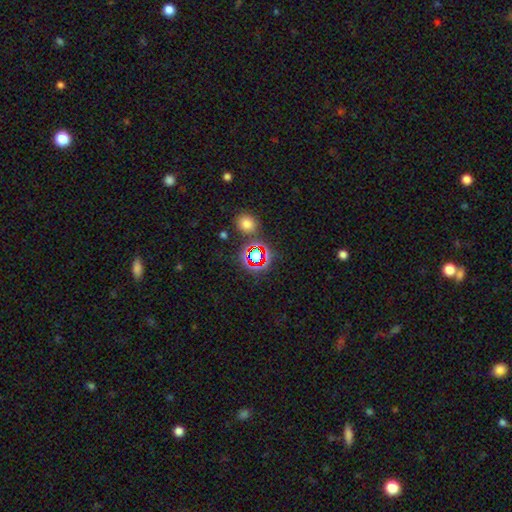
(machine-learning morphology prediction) The model was most divided on "smooth or featured": star or artifact: 65%, smooth: 26%, featured or disk: 9%.